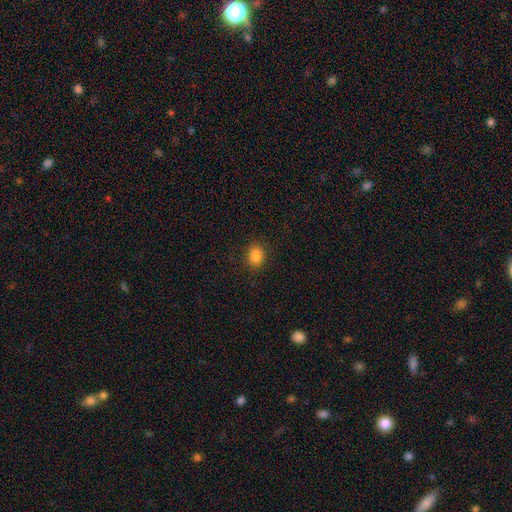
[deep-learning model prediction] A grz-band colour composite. It shows a smooth galaxy with no disk features (84%) that is in between round and cigar-shaped (50%). Merging: none (89%).